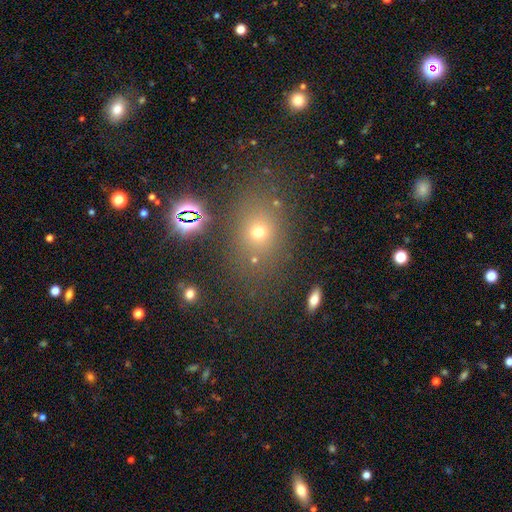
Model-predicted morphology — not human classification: Smooth or featured?
  - smooth: 54% *
  - star or artifact: 33%
  - featured or disk: 12%
How rounded?
  - in between: 51% *
  - round: 47%
  - cigar-shaped: 3%
Merging?
  - none: 80% *
  - minor disturbance: 10%
  - major disturbance: 5%
  - merger: 4%